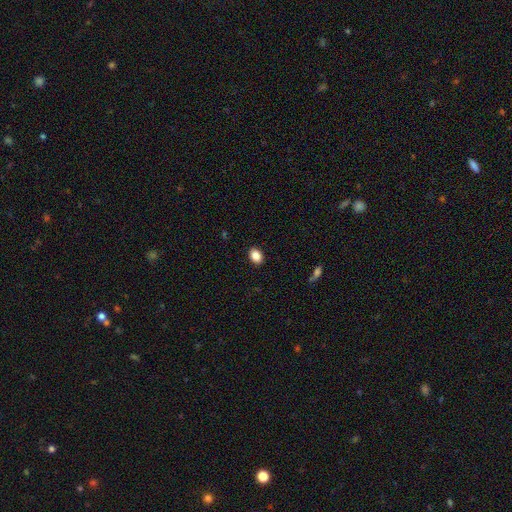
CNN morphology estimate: Smooth or featured: smooth — 88% (star or artifact — 8%)
How rounded: in between — 73% (round — 26%)
Merging: none — 90% (minor disturbance — 8%)